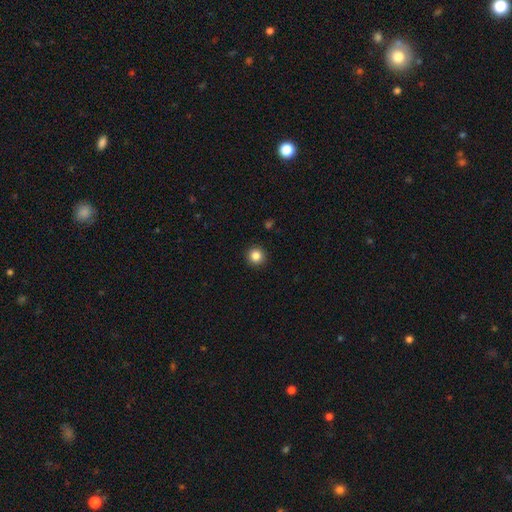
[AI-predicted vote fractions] This is clearly a smooth galaxy (85%). How rounded: clearly round (95%). Merging: clearly none (93%).